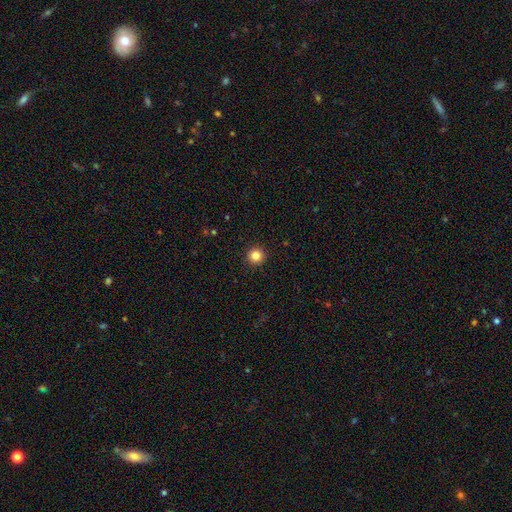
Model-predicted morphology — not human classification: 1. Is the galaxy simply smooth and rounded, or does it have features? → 84% smooth, 11% star or artifact, 5% featured or disk.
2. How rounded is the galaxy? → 96% round, 3% in between, 1% cigar-shaped.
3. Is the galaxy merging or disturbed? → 93% none, 4% minor disturbance, 2% major disturbance, 1% merger.